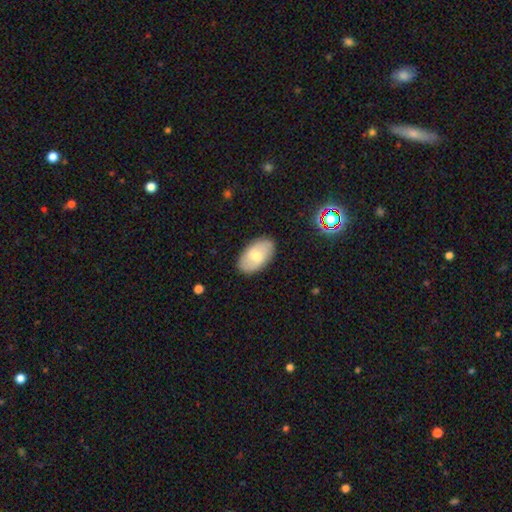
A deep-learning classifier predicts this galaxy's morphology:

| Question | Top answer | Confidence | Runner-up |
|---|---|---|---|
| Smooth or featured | smooth | 64% | featured or disk (30%) |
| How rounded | in between | 94% | round (5%) |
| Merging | none | 87% | minor disturbance (10%) |